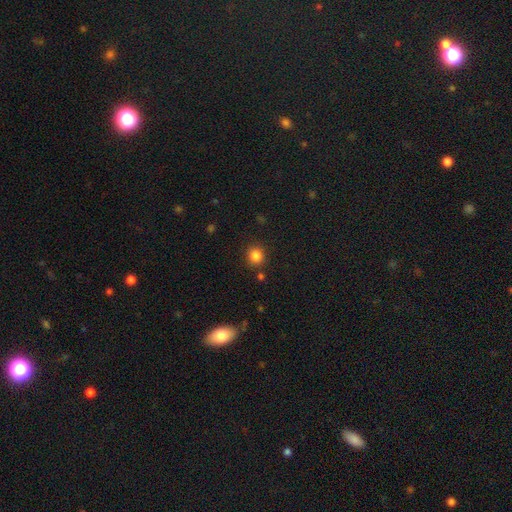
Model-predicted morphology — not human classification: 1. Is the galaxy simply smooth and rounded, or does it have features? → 84% smooth, 12% star or artifact, 4% featured or disk.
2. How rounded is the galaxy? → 85% round, 14% in between, 1% cigar-shaped.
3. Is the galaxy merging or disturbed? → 86% none, 8% minor disturbance, 3% merger, 3% major disturbance.